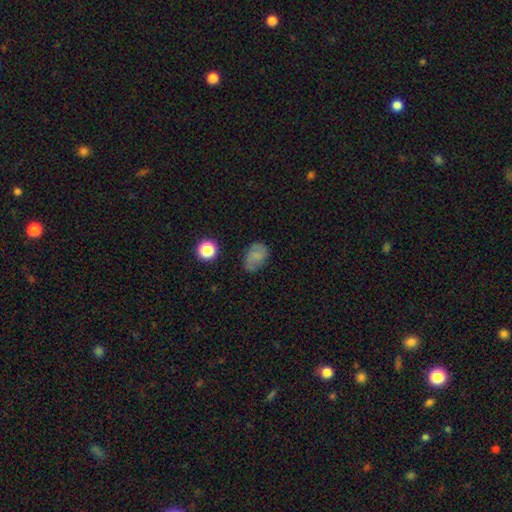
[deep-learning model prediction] smooth 62%, featured or disk 24%, star or artifact 14%. Down the decision tree: how rounded — in between (75%); merging — none (67%).